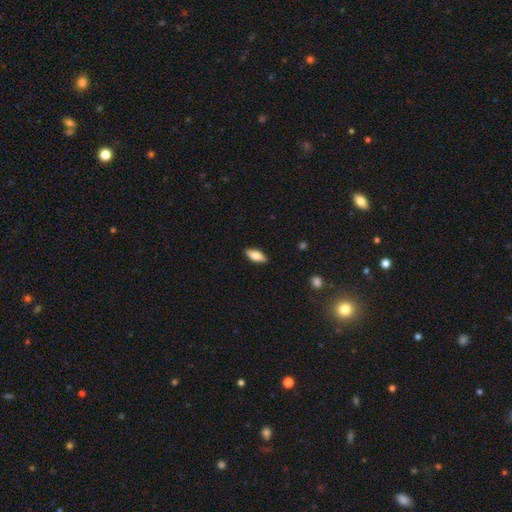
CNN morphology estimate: A smooth galaxy with no disk features (74%) that is in between round and cigar-shaped (81%). Merging: none (88%).